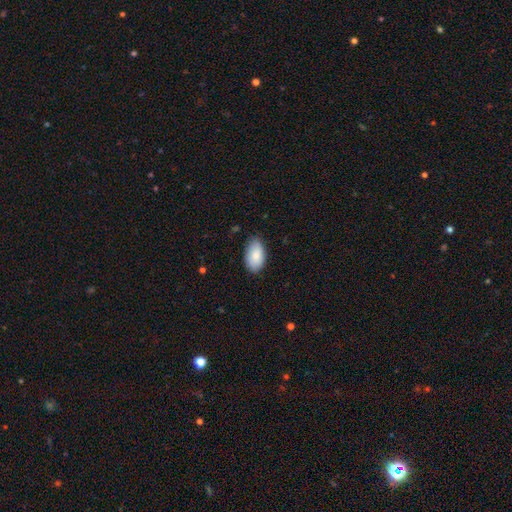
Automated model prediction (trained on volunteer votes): Morphology: type=smooth (86%); roundness=in between (95%); merging=none (81%).